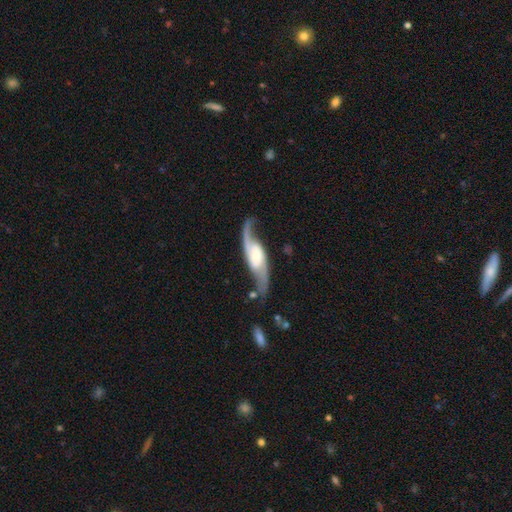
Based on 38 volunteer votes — featured or disk 97%, smooth 3%, star or artifact 0%. Down the decision tree: edge-on disk — no (89%); bar — no (48%); spiral arms — yes (100%); spiral arm count — 2 (88%); spiral winding — loose (88%); bulge size — moderate (52%); merging — none (55%).